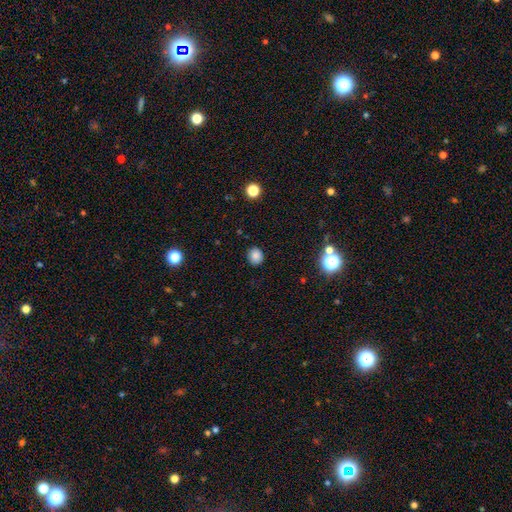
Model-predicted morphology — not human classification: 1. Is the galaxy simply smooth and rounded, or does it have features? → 82% smooth, 13% star or artifact, 5% featured or disk.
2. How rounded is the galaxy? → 79% round, 20% in between, 1% cigar-shaped.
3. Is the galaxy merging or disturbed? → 88% none, 8% minor disturbance, 2% major disturbance, 1% merger.